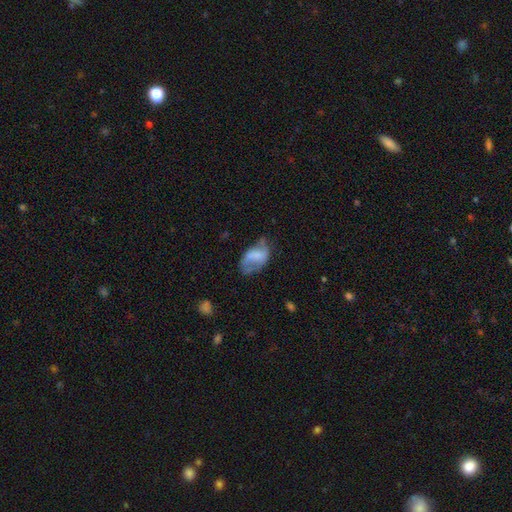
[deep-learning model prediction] Q: Smooth or featured?
A: smooth (54%); runner-up: featured or disk (37%)
Q: How rounded?
A: in between (89%); runner-up: round (9%)
Q: Merging?
A: none (37%); runner-up: minor disturbance (32%)